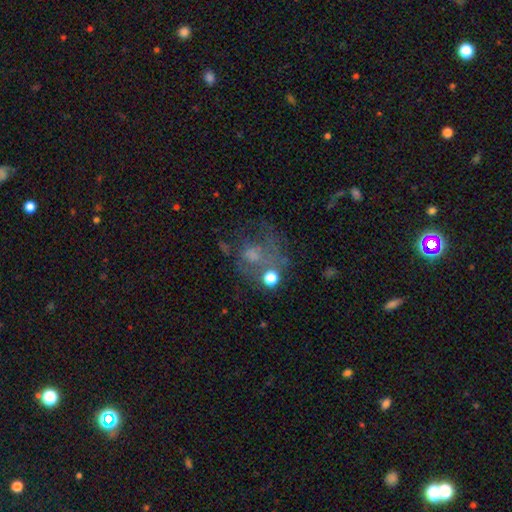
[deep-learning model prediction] Smooth or featured? Predicted: featured or disk (p=0.45). Merging? Predicted: none (p=0.38).